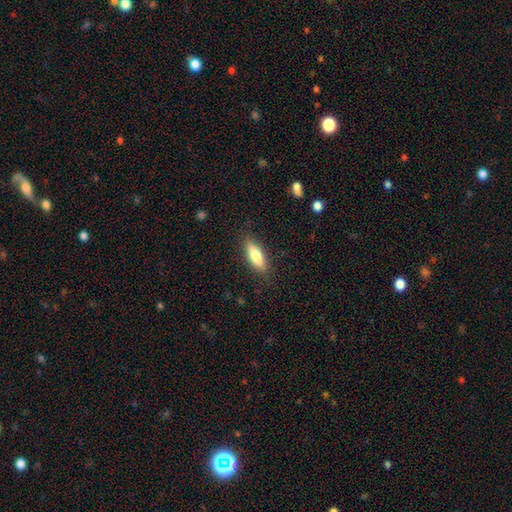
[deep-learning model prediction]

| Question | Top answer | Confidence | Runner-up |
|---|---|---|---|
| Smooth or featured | smooth | 76% | featured or disk (18%) |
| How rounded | in between | 60% | cigar-shaped (38%) |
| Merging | none | 85% | minor disturbance (11%) |